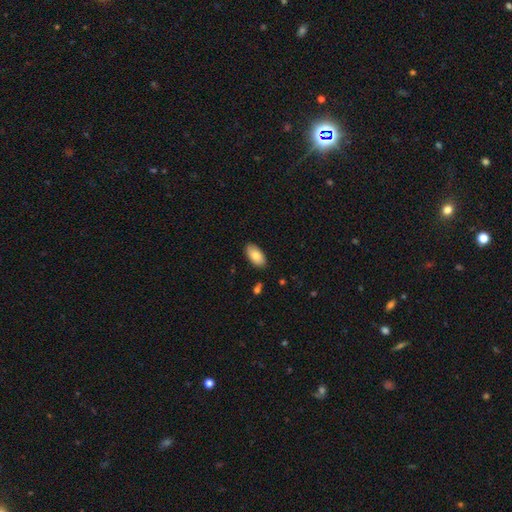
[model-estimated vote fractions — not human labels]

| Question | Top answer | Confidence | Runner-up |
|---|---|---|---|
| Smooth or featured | smooth | 82% | featured or disk (12%) |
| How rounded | in between | 94% | cigar-shaped (3%) |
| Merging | none | 87% | minor disturbance (10%) |